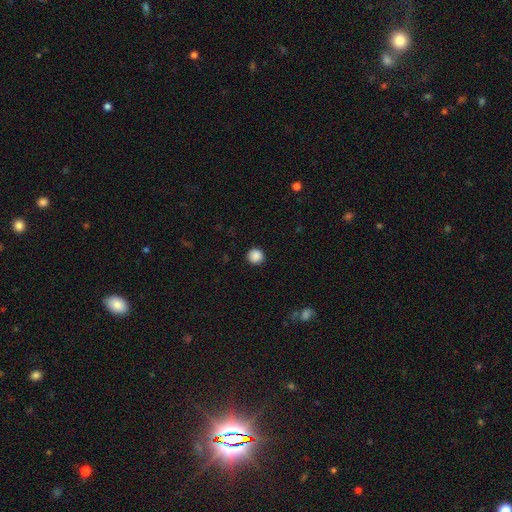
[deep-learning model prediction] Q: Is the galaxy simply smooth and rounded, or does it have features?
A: smooth — 88%.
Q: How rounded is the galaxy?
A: round — 94%.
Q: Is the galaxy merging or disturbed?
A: none — 91%.